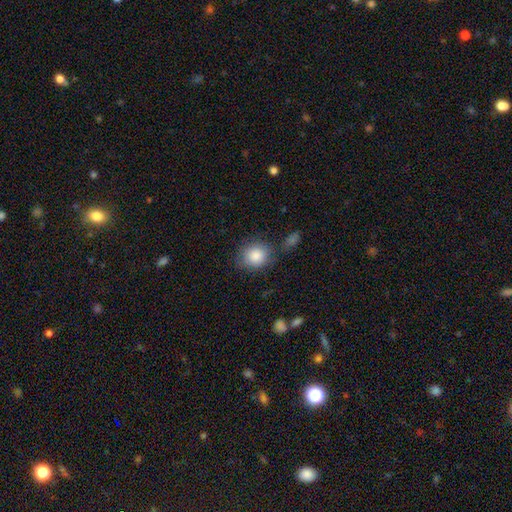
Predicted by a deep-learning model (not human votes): The model was most divided on "how rounded": round: 68%, in between: 31%, cigar-shaped: 1%. More confident: smooth or featured — smooth (86%); merging — none (71%).